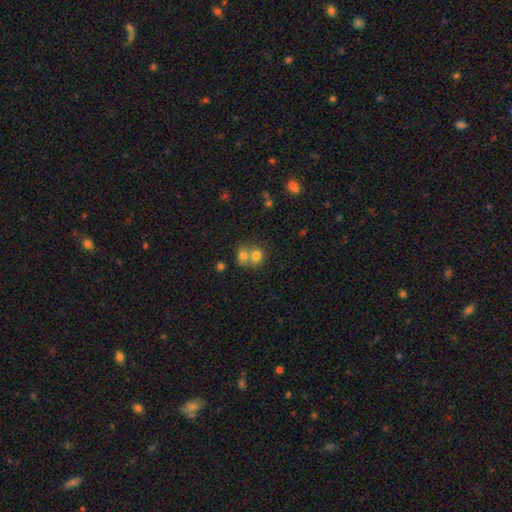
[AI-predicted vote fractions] smooth_or_featured: smooth (p=0.75) [alt: featured or disk p=0.13]
how_rounded: round (p=0.68) [alt: in between p=0.31]
merging: merger (p=0.61) [alt: none p=0.30]